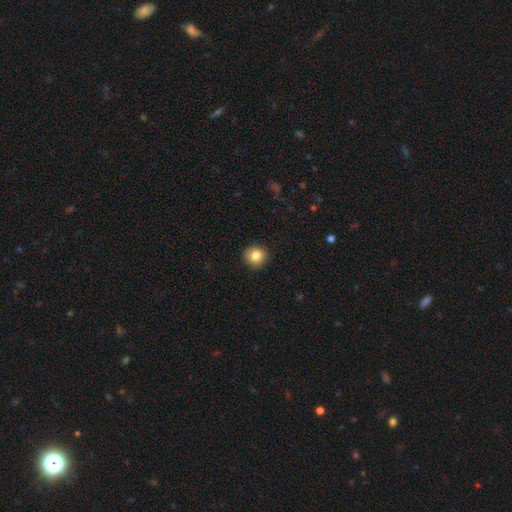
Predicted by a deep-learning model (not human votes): smooth-or-featured: smooth: 84% | star or artifact: 9% | featured or disk: 7%
  how-rounded: round: 90% | in between: 10% | cigar-shaped: 1%
  merging: none: 91% | minor disturbance: 6% | major disturbance: 2% | merger: 1%